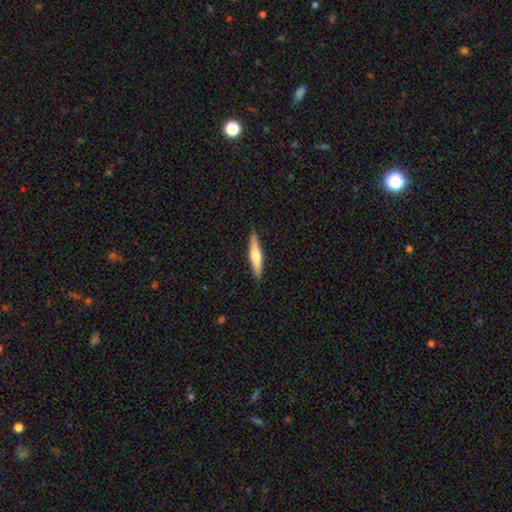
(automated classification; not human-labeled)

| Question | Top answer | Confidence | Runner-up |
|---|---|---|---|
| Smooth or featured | smooth | 54% | featured or disk (41%) |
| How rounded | cigar-shaped | 85% | in between (13%) |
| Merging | none | 88% | minor disturbance (9%) |